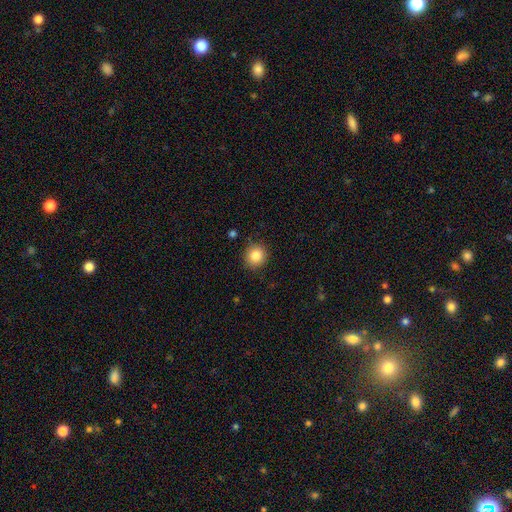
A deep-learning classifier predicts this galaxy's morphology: Smooth or featured? smooth (84%)
How rounded? round (90%)
Merging? none (89%)